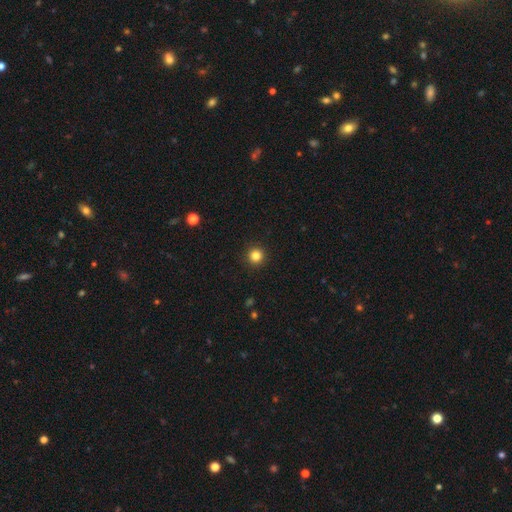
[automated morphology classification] smooth 84%, star or artifact 12%, featured or disk 4%. Down the decision tree: how rounded — round (96%); merging — none (93%).